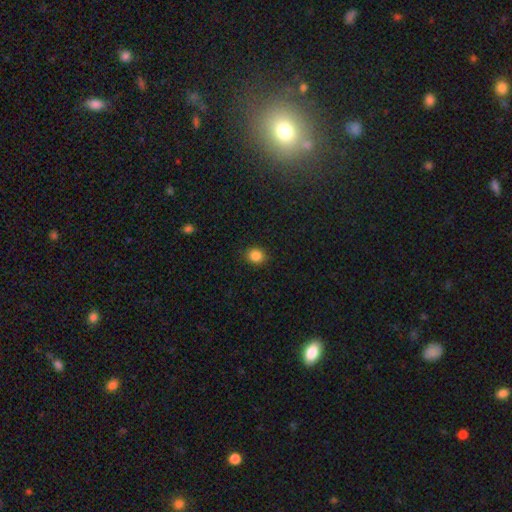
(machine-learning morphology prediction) This appears to be a smooth galaxy with no disk features (85%) that is round (80%). Merging: none (90%).